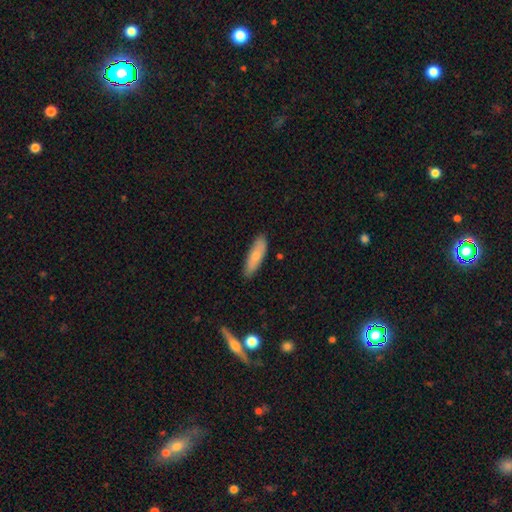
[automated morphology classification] smooth_or_featured: smooth (p=0.77) [alt: featured or disk p=0.17]
how_rounded: cigar-shaped (p=0.57) [alt: in between p=0.42]
merging: none (p=0.85) [alt: minor disturbance p=0.12]